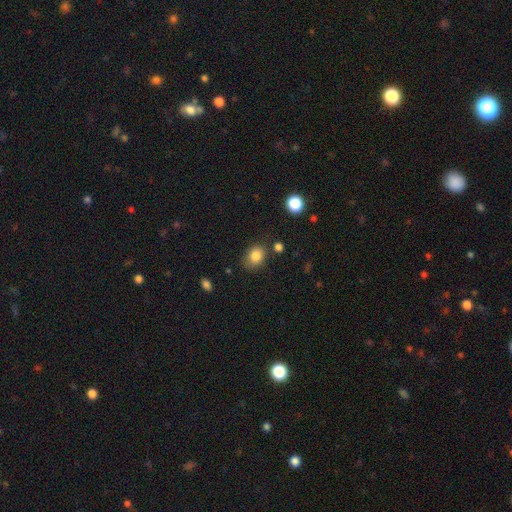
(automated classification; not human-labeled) smooth-or-featured: smooth: 84% | star or artifact: 10% | featured or disk: 6%
  how-rounded: in between: 50% | round: 49% | cigar-shaped: 1%
  merging: none: 75% | minor disturbance: 16% | merger: 4% | major disturbance: 4%